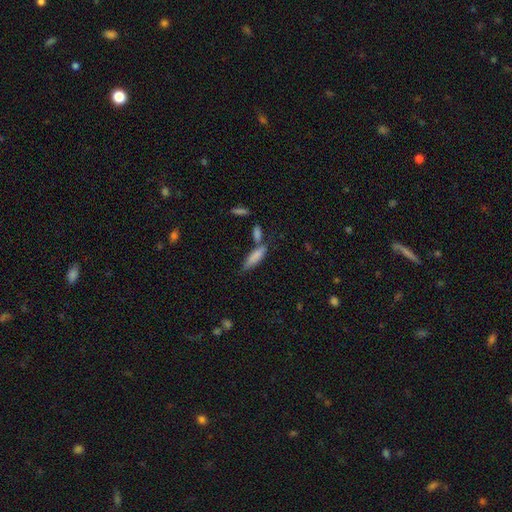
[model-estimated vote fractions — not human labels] Morphology: type=smooth (80%); roundness=cigar-shaped (60%); merging=none (52%).